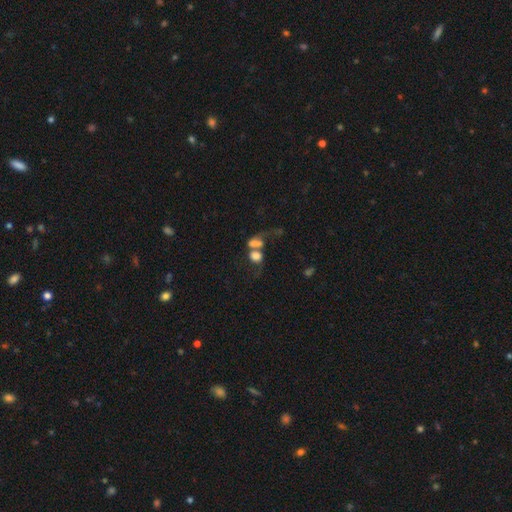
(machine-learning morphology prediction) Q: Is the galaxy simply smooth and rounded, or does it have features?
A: smooth — 63%.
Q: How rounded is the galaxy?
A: in between — 58%.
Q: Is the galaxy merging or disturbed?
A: merger — 68%.